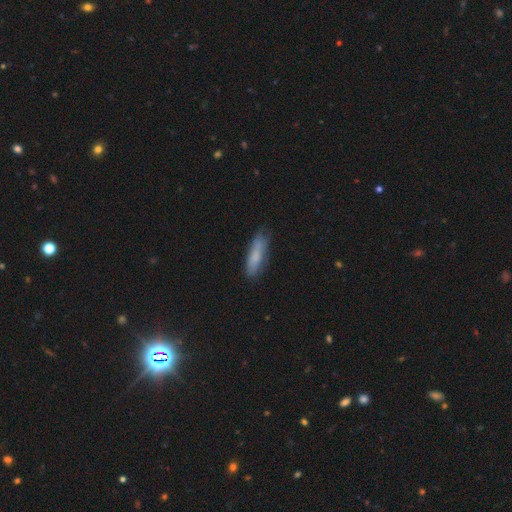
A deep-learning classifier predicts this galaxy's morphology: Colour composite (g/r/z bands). It shows a smooth galaxy with no disk features (75%) that is cigar-shaped (66%). Merging: none (72%).